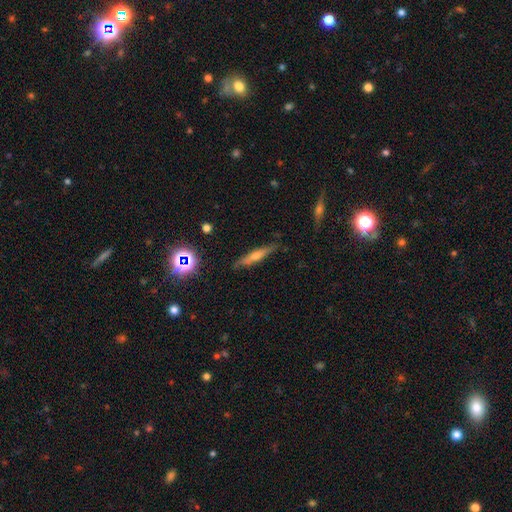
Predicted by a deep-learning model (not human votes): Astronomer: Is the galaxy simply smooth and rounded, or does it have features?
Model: featured or disk — 52% (runner-up: smooth, 37%).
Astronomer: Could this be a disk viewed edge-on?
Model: yes — 93%.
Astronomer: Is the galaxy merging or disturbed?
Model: none — 84%.